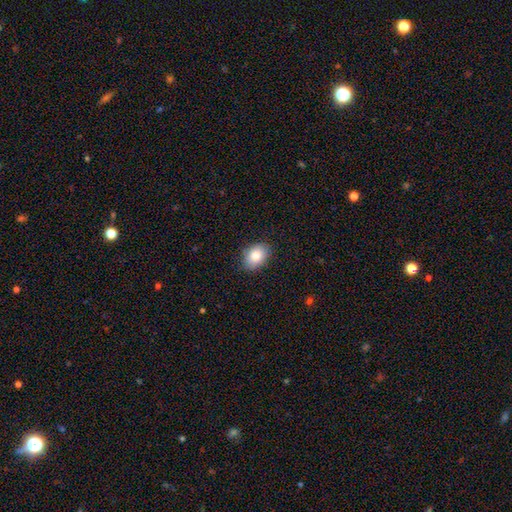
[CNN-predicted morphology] A smooth galaxy with no disk features (83%) that is in between round and cigar-shaped (76%). Merging: none (86%).